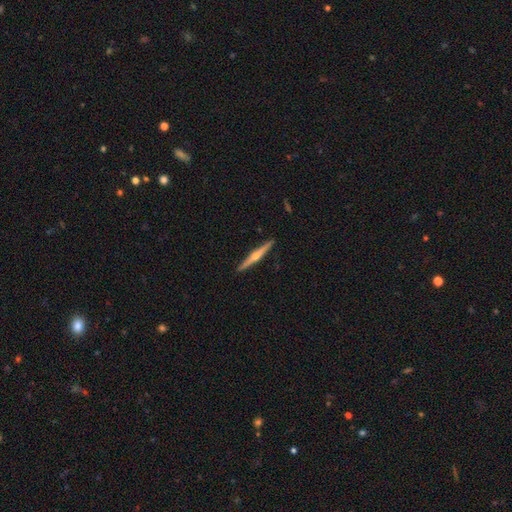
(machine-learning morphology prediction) The model was most divided on "smooth or featured": featured or disk: 74%, smooth: 21%, star or artifact: 5%. More confident: edge-on disk — yes (98%); merging — none (92%); edge-on bulge — rounded (91%).